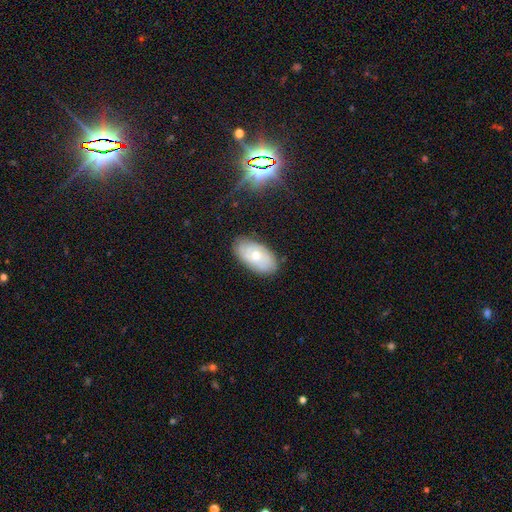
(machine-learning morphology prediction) Smooth or featured: featured or disk — 51% (smooth — 41%)
Edge-on disk: no — 90% (yes — 10%)
Merging: none — 80% (minor disturbance — 15%)